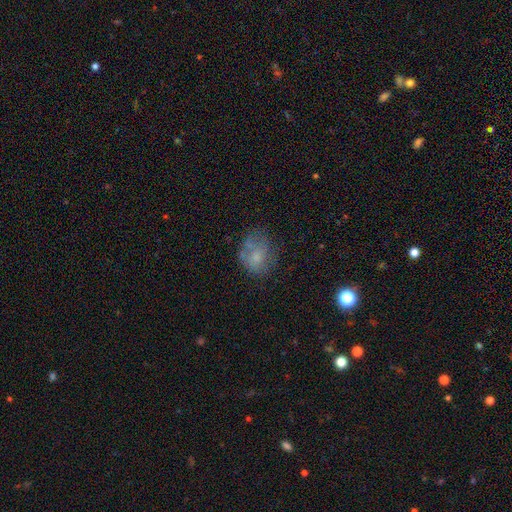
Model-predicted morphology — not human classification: A smooth galaxy with no disk features (62%) that is in between round and cigar-shaped (52%).

Vote fractions:
- Smooth or featured? smooth: 62% / featured or disk: 26% / star or artifact: 12%
- How rounded? in between: 52% / round: 47% / cigar-shaped: 1%
- Merging? none: 48% / minor disturbance: 27% / major disturbance: 18% / merger: 7%